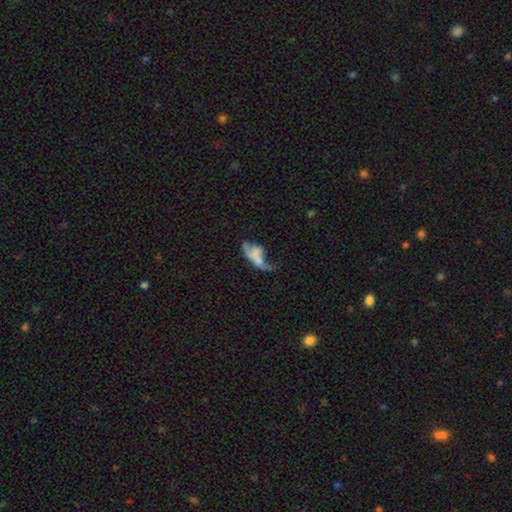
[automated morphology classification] Overall: featured or disk (44%, tied with smooth). Merging: major disturbance (41%; merger 27%).